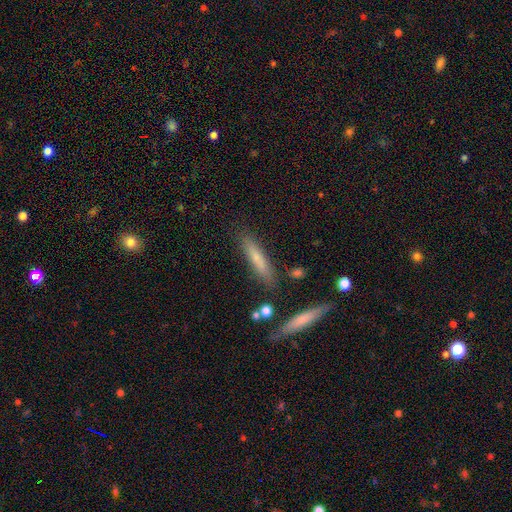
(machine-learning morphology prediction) Smooth or featured?
  - smooth: 66% *
  - featured or disk: 26%
  - star or artifact: 8%
How rounded?
  - cigar-shaped: 87% *
  - in between: 11%
  - round: 2%
Merging?
  - none: 81% *
  - minor disturbance: 12%
  - merger: 4%
  - major disturbance: 3%